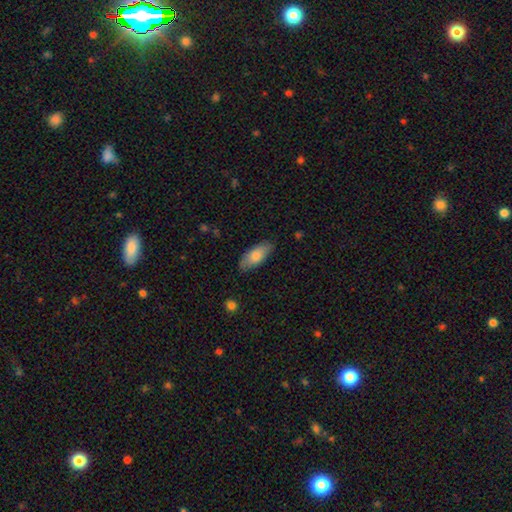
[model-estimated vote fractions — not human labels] smooth_or_featured: smooth (p=0.77) [alt: featured or disk p=0.17]
how_rounded: in between (p=0.84) [alt: cigar-shaped p=0.13]
merging: none (p=0.82) [alt: minor disturbance p=0.15]